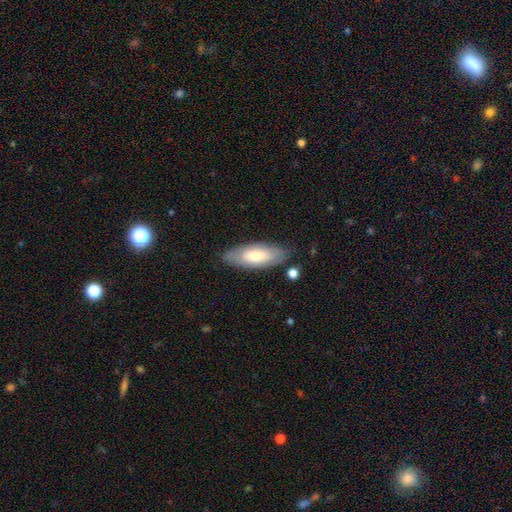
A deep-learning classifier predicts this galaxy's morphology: This appears to be a smooth galaxy with no disk features (65%) that is in between round and cigar-shaped (73%). Merging: none (82%).